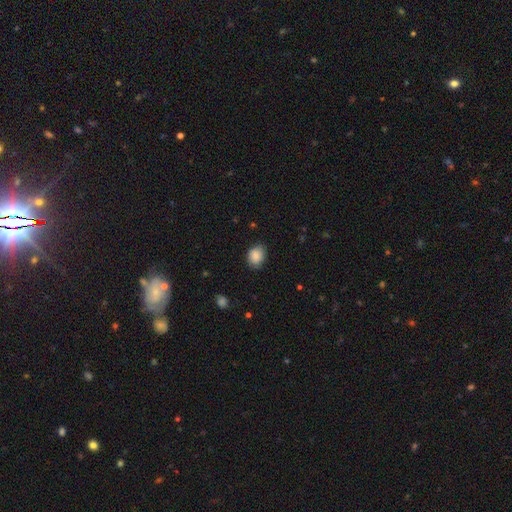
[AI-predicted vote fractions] The model was most divided on "how rounded": in between: 52%, round: 48%, cigar-shaped: 1%. More confident: smooth or featured — smooth (87%); merging — none (78%).